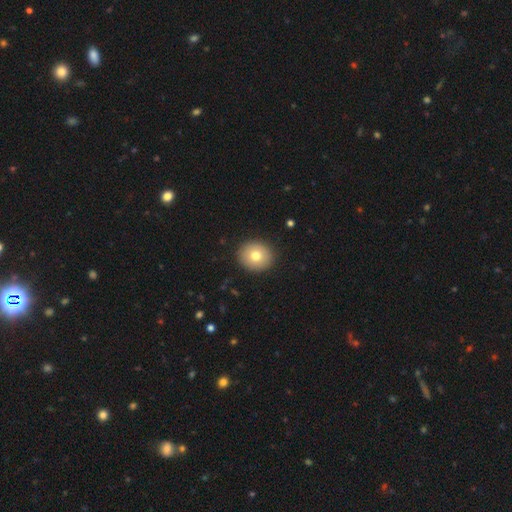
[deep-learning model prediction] Smooth or featured? Predicted: smooth (p=0.75). How rounded? Predicted: round (p=0.81). Merging? Predicted: none (p=0.91).